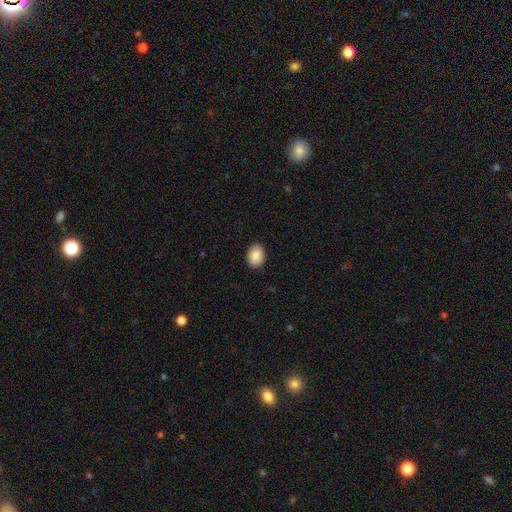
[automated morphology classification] A smooth galaxy with no disk features (89%) that is in between round and cigar-shaped (68%). Merging: none (89%).